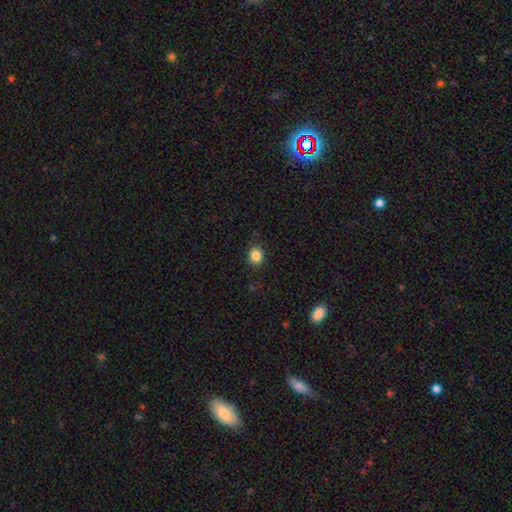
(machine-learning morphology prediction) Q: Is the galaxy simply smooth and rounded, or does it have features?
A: smooth — 84%.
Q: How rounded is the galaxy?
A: round — 73%.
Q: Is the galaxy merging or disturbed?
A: none — 87%.